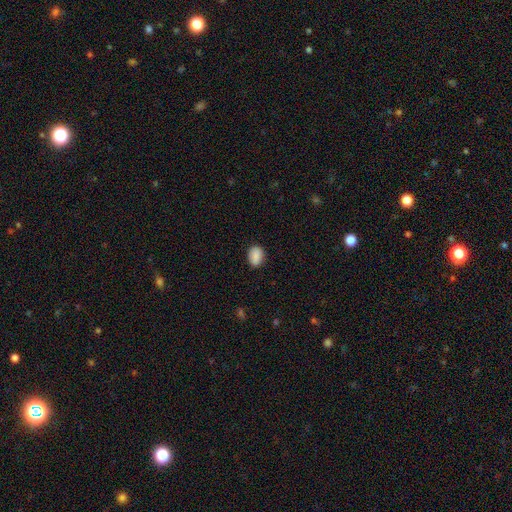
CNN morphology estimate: This appears to be a smooth galaxy with no disk features (88%) that is in between round and cigar-shaped (71%). Merging: none (85%).